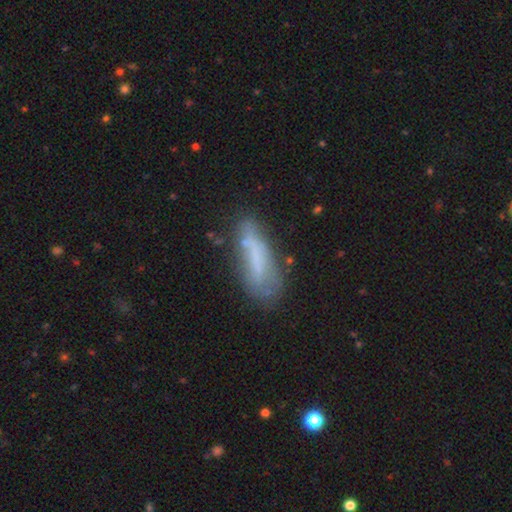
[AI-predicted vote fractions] The model was most divided on "how rounded": cigar-shaped: 54%, in between: 44%, round: 2%. More confident: merging — none (54%); smooth or featured — smooth (54%).